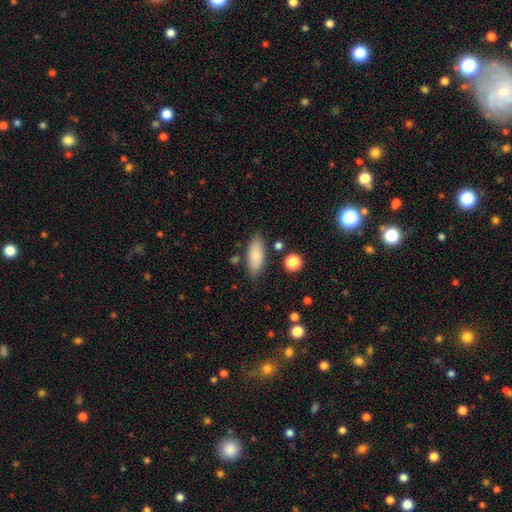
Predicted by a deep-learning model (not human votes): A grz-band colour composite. It shows a smooth galaxy with no disk features (84%) that is in between round and cigar-shaped (80%). Merging: none (79%).